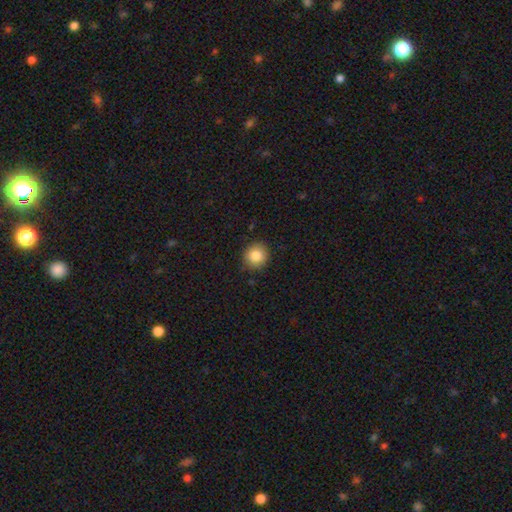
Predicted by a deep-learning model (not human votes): smooth_or_featured: smooth (p=0.83) [alt: star or artifact p=0.09]
how_rounded: round (p=0.91) [alt: in between p=0.08]
merging: none (p=0.89) [alt: minor disturbance p=0.08]